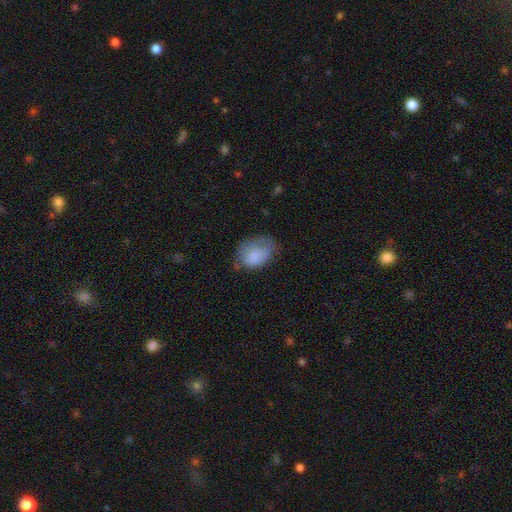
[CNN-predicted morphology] The model was most divided on "merging": none: 42%, minor disturbance: 36%, major disturbance: 20%, merger: 2%. More confident: how rounded — in between (81%); smooth or featured — smooth (76%).